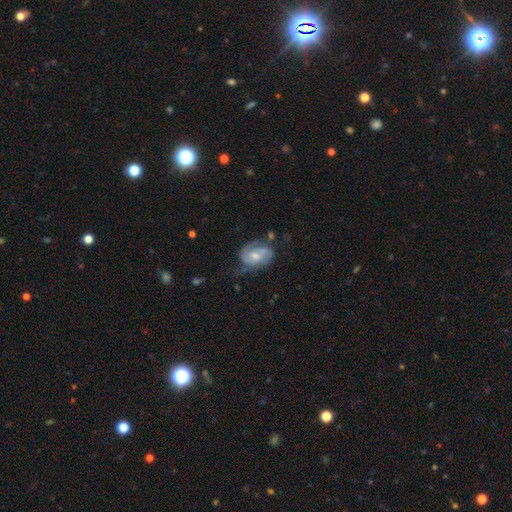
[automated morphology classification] A featured or disk galaxy (69%) with no bar (54%), 2 (62%) medium (44%) spiral arms (89%) and a moderate central bulge (50%). Merging: none (48%).